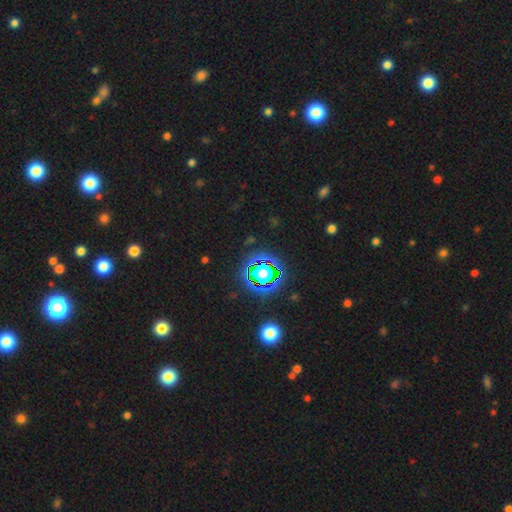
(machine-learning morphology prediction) This appears to be a star or artifact, not a galaxy (80%).